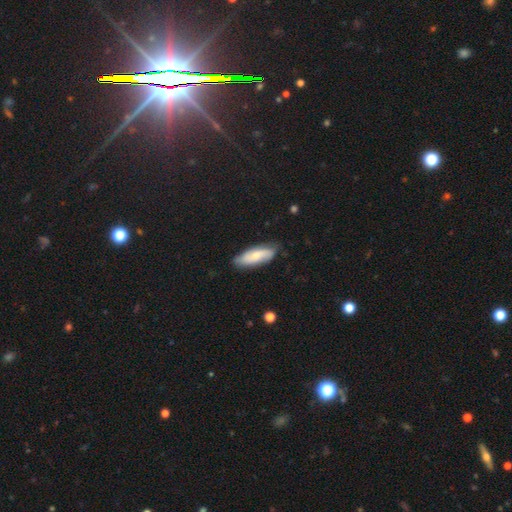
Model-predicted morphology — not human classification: A smooth galaxy with no disk features (50%) that is in between round and cigar-shaped (69%).

Vote fractions:
- Smooth or featured? smooth: 50% / featured or disk: 44% / star or artifact: 6%
- How rounded? in between: 69% / cigar-shaped: 29% / round: 2%
- Merging? none: 78% / minor disturbance: 18% / major disturbance: 3% / merger: 1%